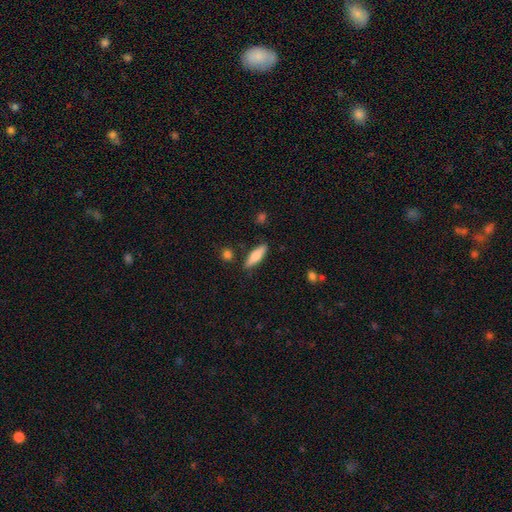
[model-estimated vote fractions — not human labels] Smooth or featured?
  - smooth: 72% *
  - featured or disk: 22%
  - star or artifact: 6%
How rounded?
  - cigar-shaped: 58% *
  - in between: 40%
  - round: 2%
Merging?
  - none: 84% *
  - minor disturbance: 11%
  - merger: 3%
  - major disturbance: 2%